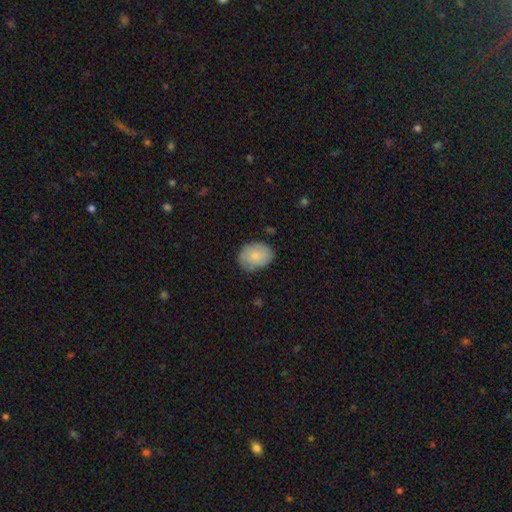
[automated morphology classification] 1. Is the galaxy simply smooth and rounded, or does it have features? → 75% smooth, 19% featured or disk, 6% star or artifact.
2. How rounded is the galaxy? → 68% in between, 31% round, 1% cigar-shaped.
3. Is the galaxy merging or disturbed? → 75% none, 19% minor disturbance, 4% major disturbance, 1% merger.